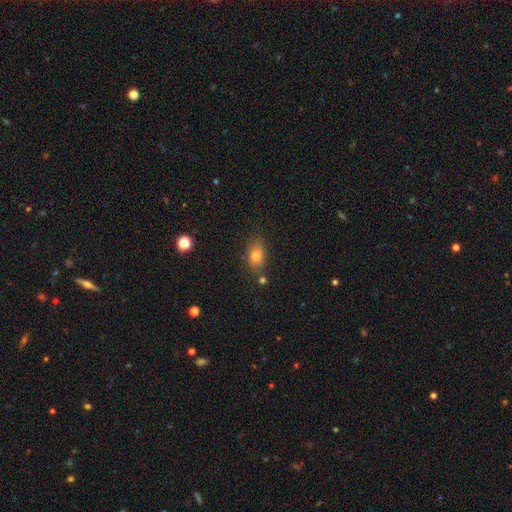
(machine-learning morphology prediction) Smooth or featured? Predicted: smooth (p=0.75). How rounded? Predicted: in between (p=0.79). Merging? Predicted: none (p=0.75).